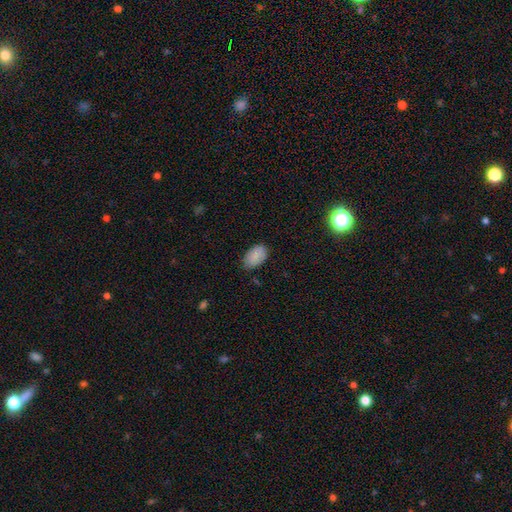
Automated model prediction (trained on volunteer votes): smooth-or-featured: smooth: 88% | star or artifact: 7% | featured or disk: 5%
  how-rounded: in between: 93% | round: 6% | cigar-shaped: 1%
  merging: none: 79% | minor disturbance: 17% | major disturbance: 3% | merger: 1%